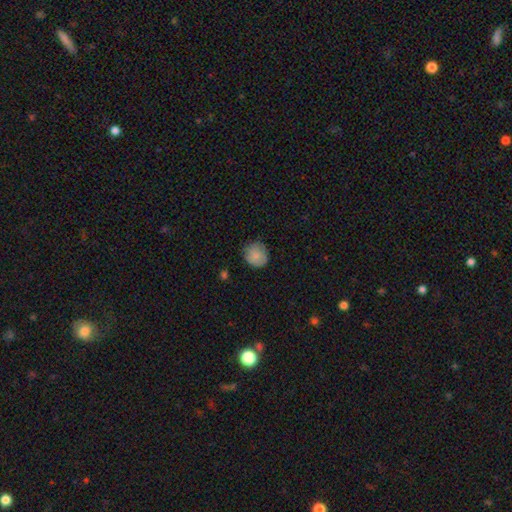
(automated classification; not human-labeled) smooth-or-featured: smooth: 84% | featured or disk: 8% | star or artifact: 8%
  how-rounded: round: 85% | in between: 14% | cigar-shaped: 1%
  merging: none: 79% | minor disturbance: 17% | major disturbance: 3% | merger: 1%